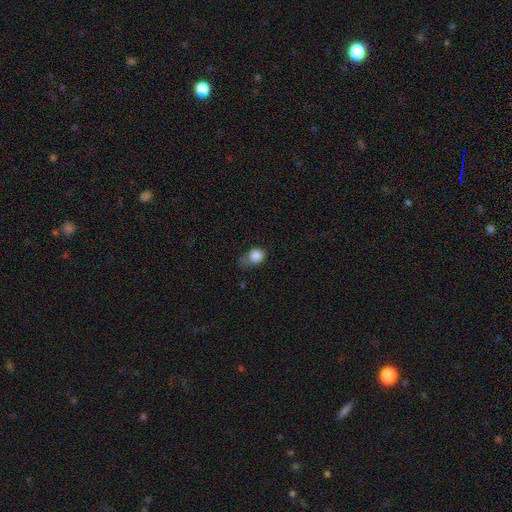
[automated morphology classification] Smooth or featured? smooth (84%)
How rounded? round (58%)
Merging? minor disturbance (40%)